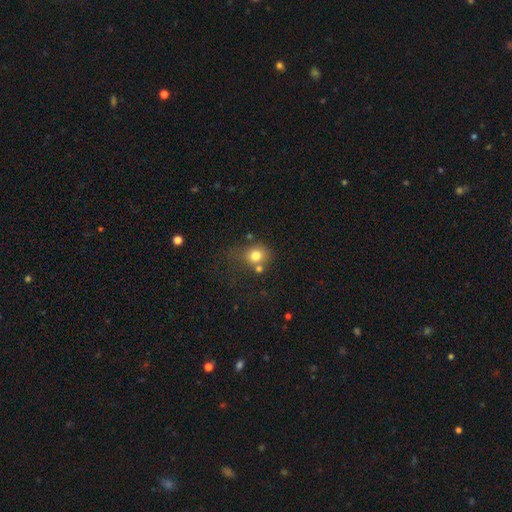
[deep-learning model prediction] This is likely a smooth galaxy (77%). How rounded: likely round (73%). Merging: possibly none (54%).